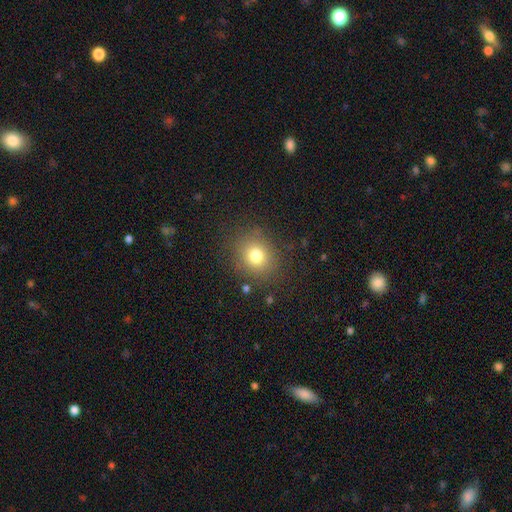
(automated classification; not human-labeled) smooth-or-featured: smooth: 77% | star or artifact: 14% | featured or disk: 9%
  how-rounded: round: 79% | in between: 20% | cigar-shaped: 1%
  merging: none: 85% | minor disturbance: 9% | major disturbance: 4% | merger: 2%